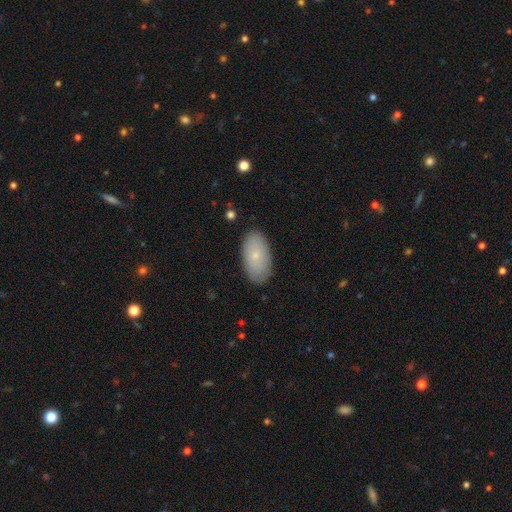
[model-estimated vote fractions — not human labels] Morphology: type=smooth (77%); roundness=in between (95%); merging=none (86%).